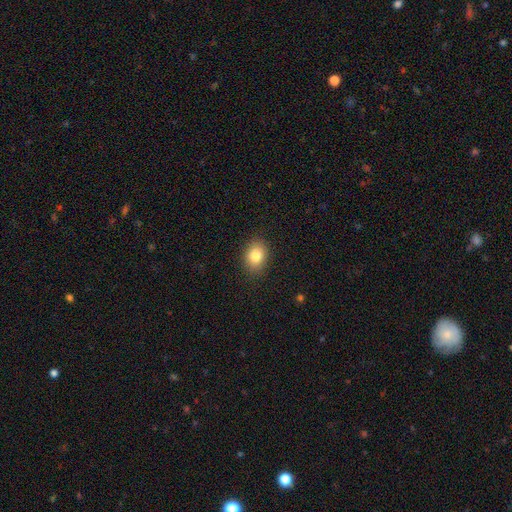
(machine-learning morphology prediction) Overall: smooth (82%). How rounded: in between (63%; round 36%). Merging: none (88%).